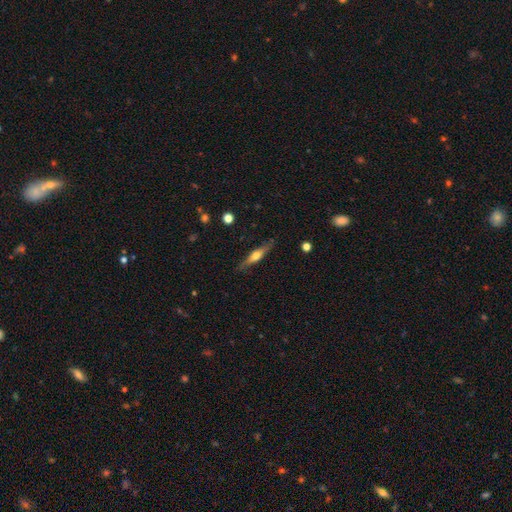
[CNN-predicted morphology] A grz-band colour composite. It shows a featured or disk galaxy (58%) viewed edge-on (93%) with a rounded central bulge (90%). Merging: none (85%).